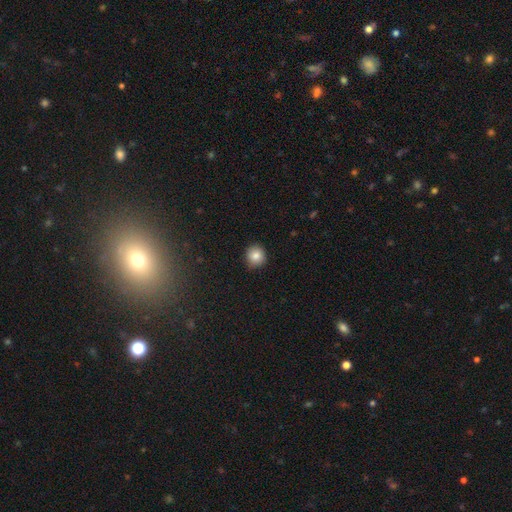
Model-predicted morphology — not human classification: smooth-or-featured: smooth: 83% | star or artifact: 10% | featured or disk: 7%
  how-rounded: round: 90% | in between: 9% | cigar-shaped: 1%
  merging: none: 86% | minor disturbance: 11% | major disturbance: 2% | merger: 1%